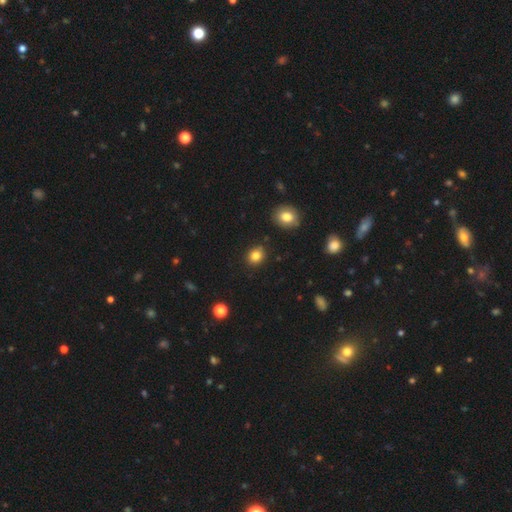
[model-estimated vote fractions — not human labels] Smooth or featured? Predicted: smooth (p=0.83). How rounded? Predicted: round (p=0.67). Merging? Predicted: none (p=0.87).